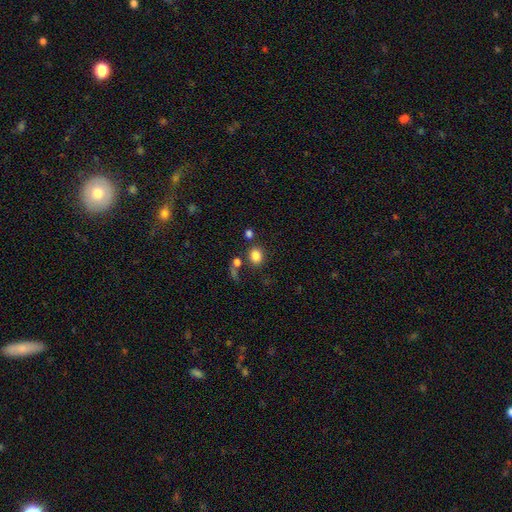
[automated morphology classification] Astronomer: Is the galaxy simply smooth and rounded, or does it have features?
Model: smooth — 83%.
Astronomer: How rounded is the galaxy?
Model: round — 58% (runner-up: in between, 41%).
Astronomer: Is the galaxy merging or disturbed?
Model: none — 74%.